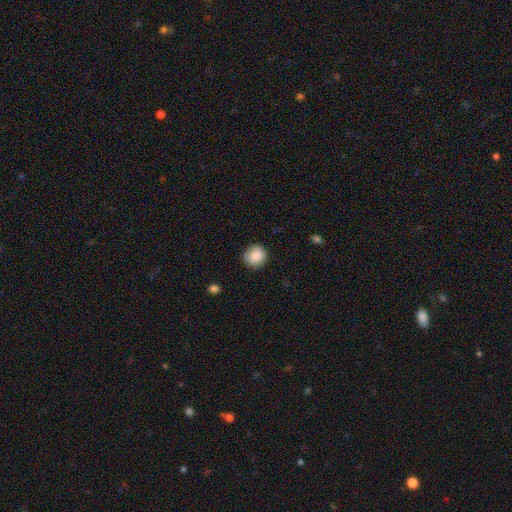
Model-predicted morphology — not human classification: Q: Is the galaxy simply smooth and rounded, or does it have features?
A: smooth — 85%.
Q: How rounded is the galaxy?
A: round — 89%.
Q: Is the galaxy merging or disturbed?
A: none — 83%.